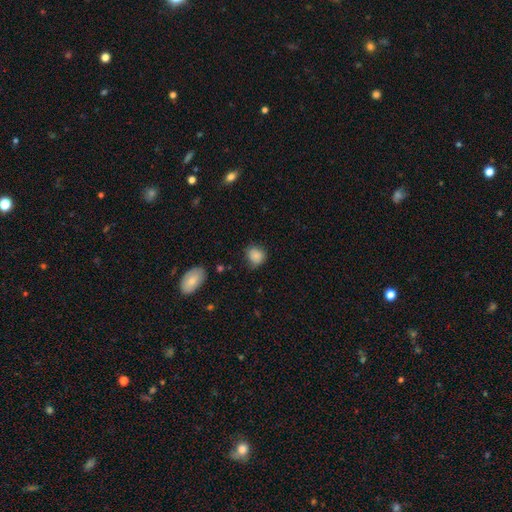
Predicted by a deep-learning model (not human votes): A smooth galaxy with no disk features (87%) that is round (73%). Merging: none (69%).